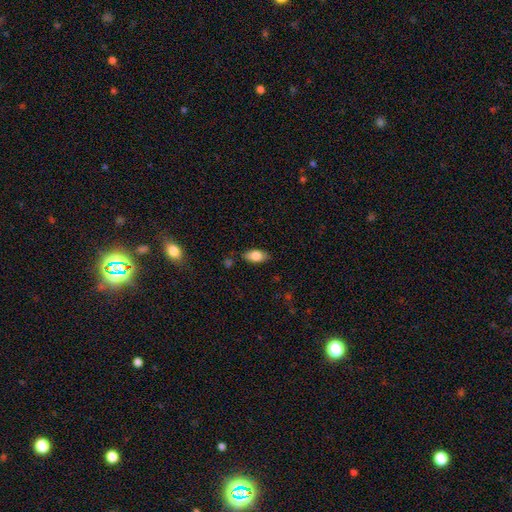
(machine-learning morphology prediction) smooth_or_featured: smooth (p=0.82) [alt: featured or disk p=0.11]
how_rounded: in between (p=0.91) [alt: cigar-shaped p=0.05]
merging: none (p=0.81) [alt: minor disturbance p=0.13]